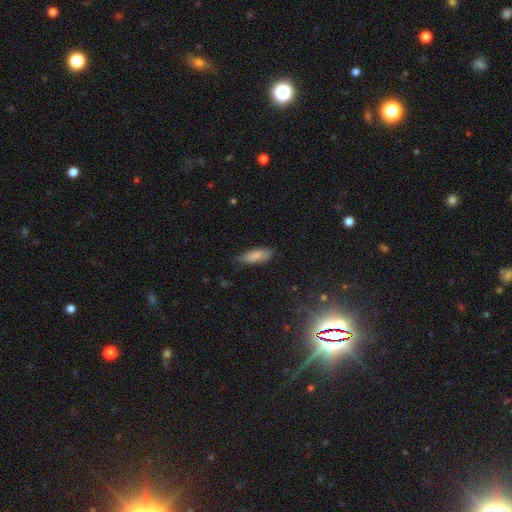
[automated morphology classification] Smooth or featured? smooth (84%)
How rounded? in between (75%)
Merging? none (65%)